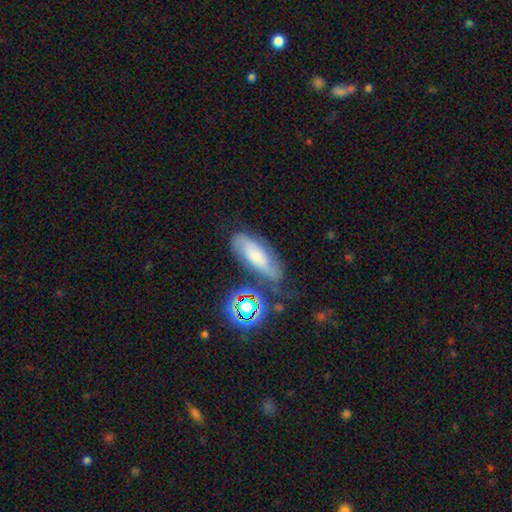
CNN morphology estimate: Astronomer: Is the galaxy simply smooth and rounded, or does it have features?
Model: featured or disk — 41%, tied with smooth at 41%.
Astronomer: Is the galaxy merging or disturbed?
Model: none — 56%.